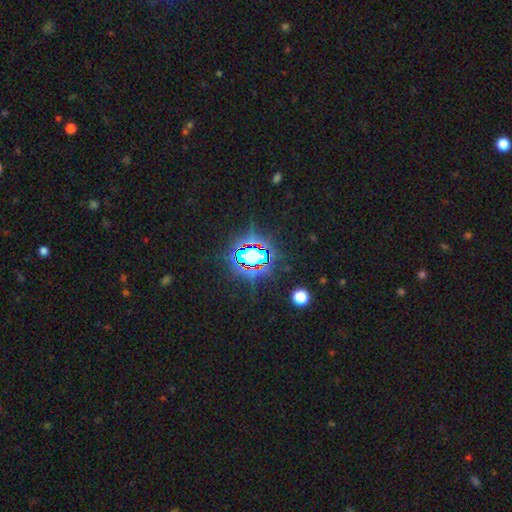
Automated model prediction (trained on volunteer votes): Smooth or featured? Predicted: star or artifact (p=0.83).